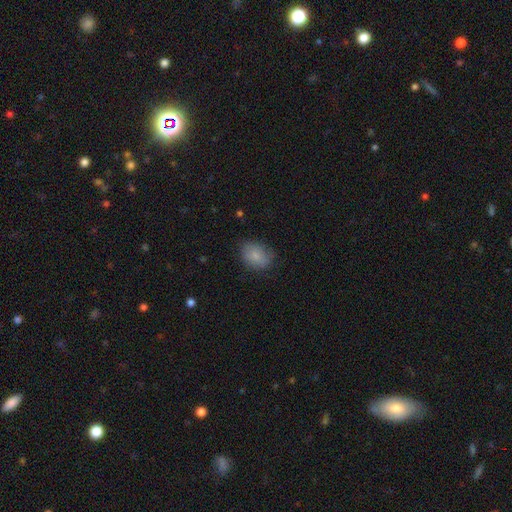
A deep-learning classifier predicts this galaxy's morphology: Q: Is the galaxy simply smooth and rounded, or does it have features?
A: smooth — 82%.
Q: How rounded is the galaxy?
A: in between — 64%.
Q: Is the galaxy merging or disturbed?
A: none — 74%.